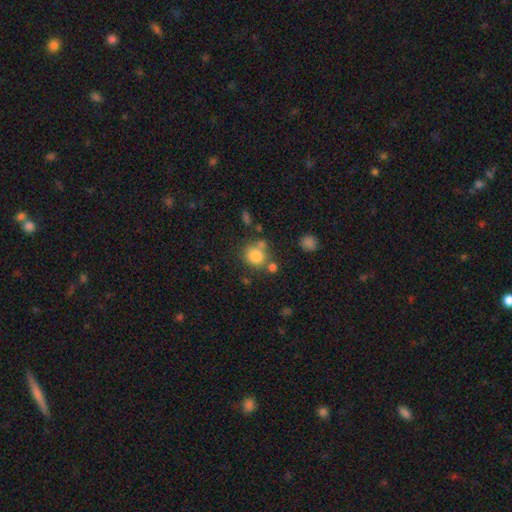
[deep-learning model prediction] Smooth or featured: smooth — 82% (star or artifact — 11%)
How rounded: round — 81% (in between — 18%)
Merging: none — 62% (merger — 19%)